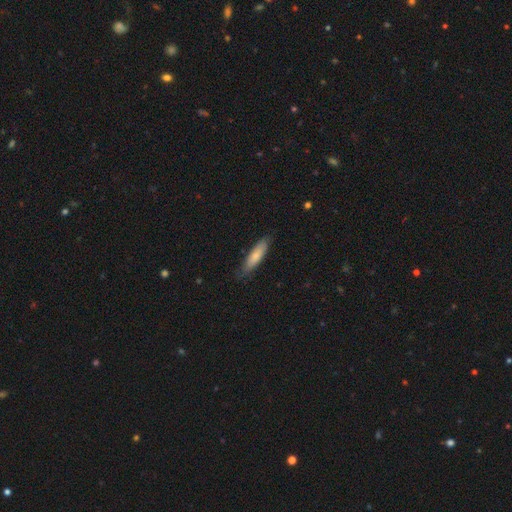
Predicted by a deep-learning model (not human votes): Smooth or featured: smooth — 75% (featured or disk — 19%)
How rounded: cigar-shaped — 65% (in between — 34%)
Merging: none — 78% (minor disturbance — 18%)